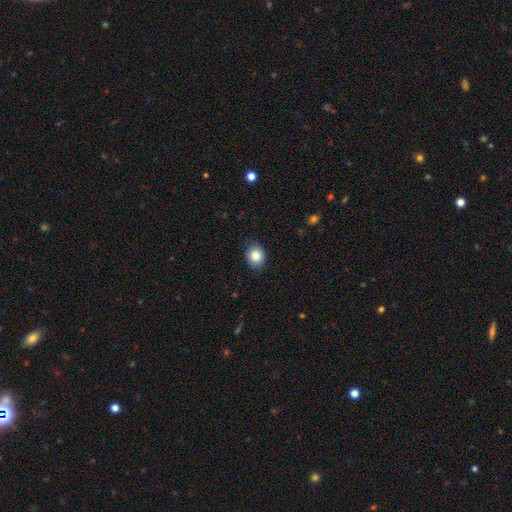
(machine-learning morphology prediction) This is clearly a smooth galaxy (85%). How rounded: possibly round (52%). Merging: clearly none (82%).